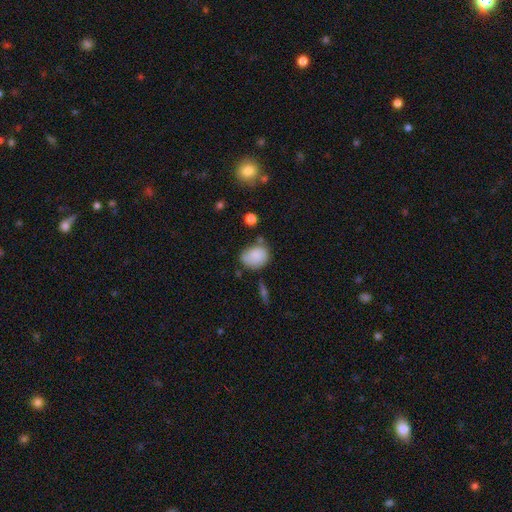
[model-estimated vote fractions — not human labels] Overall: smooth (83%). How rounded: in between (51%; round 48%). Merging: none (59%; minor disturbance 27%).